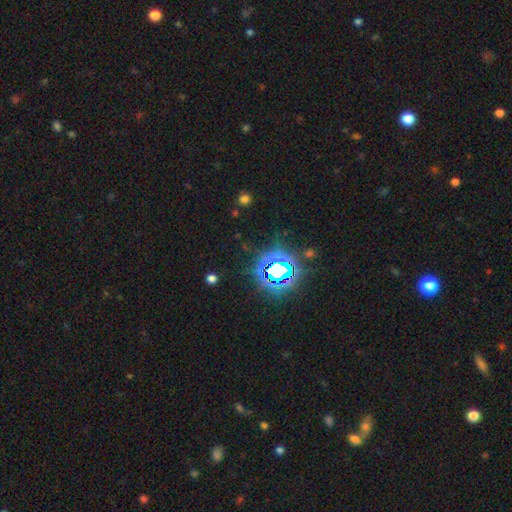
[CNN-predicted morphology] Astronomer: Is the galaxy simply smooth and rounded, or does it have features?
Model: star or artifact — 82%.